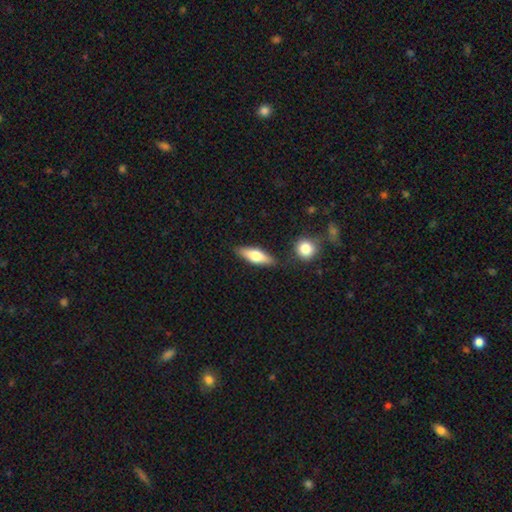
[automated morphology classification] The model was most divided on "how rounded": in between: 53%, cigar-shaped: 43%, round: 4%. More confident: merging — none (82%); smooth or featured — smooth (61%).